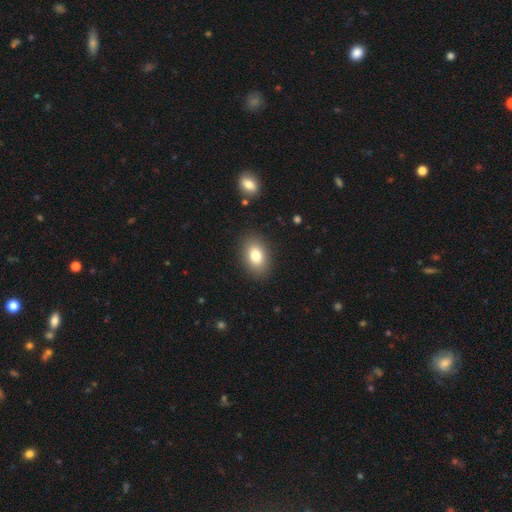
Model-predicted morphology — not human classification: smooth_or_featured: smooth (p=0.80) [alt: featured or disk p=0.11]
how_rounded: in between (p=0.84) [alt: round p=0.14]
merging: none (p=0.88) [alt: minor disturbance p=0.08]